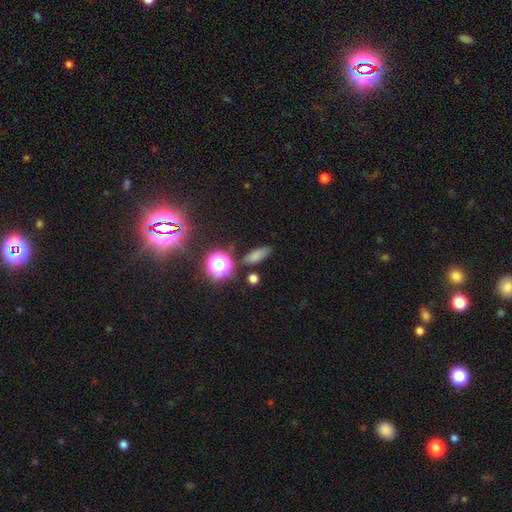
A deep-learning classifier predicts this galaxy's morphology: smooth_or_featured: smooth (p=0.72) [alt: star or artifact p=0.20]
how_rounded: in between (p=0.64) [alt: cigar-shaped p=0.24]
merging: none (p=0.79) [alt: minor disturbance p=0.12]